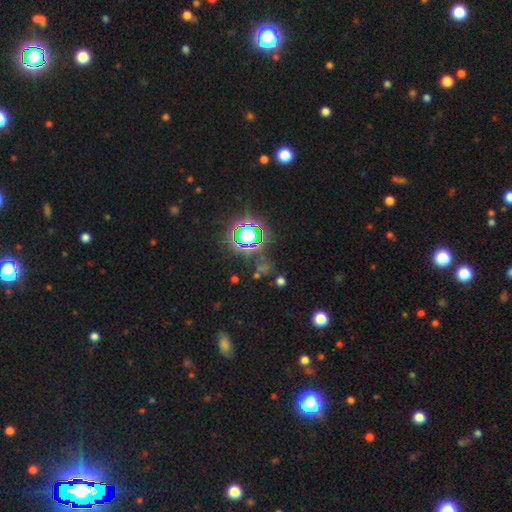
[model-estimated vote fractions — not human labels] The model was most divided on "smooth or featured": star or artifact: 79%, smooth: 13%, featured or disk: 8%.